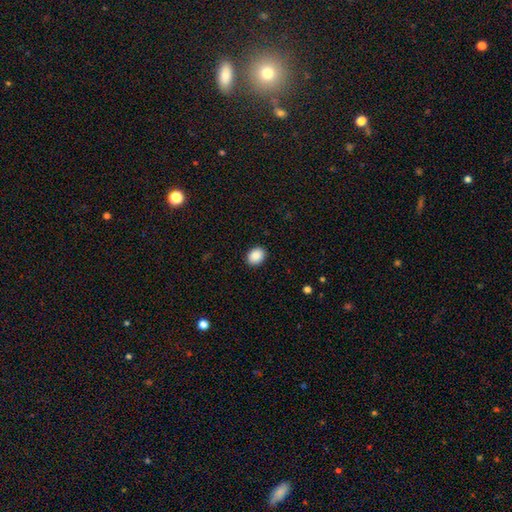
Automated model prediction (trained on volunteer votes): Smooth or featured?
  - smooth: 89% *
  - star or artifact: 8%
  - featured or disk: 3%
How rounded?
  - in between: 52% *
  - round: 47%
  - cigar-shaped: 1%
Merging?
  - none: 91% *
  - minor disturbance: 6%
  - major disturbance: 2%
  - merger: 1%